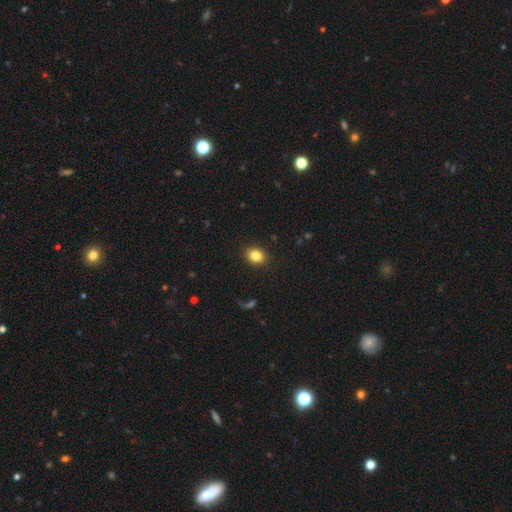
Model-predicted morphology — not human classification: A smooth galaxy with no disk features (84%) that is round (53%). Merging: none (90%).